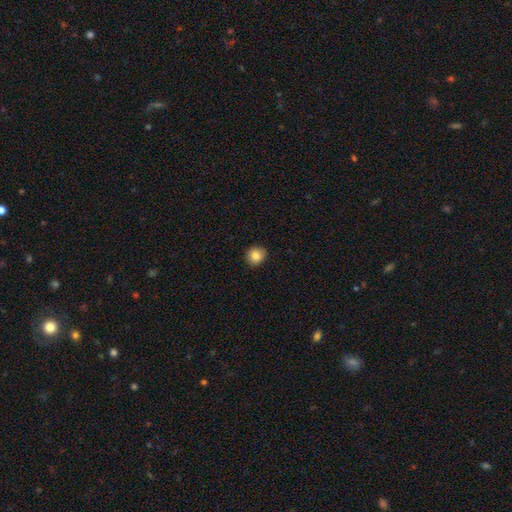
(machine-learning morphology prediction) This appears to be a smooth galaxy with no disk features (85%) that is round (89%). Merging: none (91%).